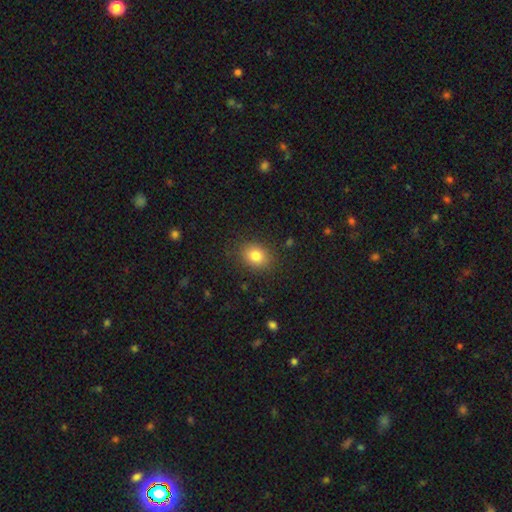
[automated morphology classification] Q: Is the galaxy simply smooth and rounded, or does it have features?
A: smooth — 82%.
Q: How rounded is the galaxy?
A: in between — 54%.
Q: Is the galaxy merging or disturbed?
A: none — 86%.